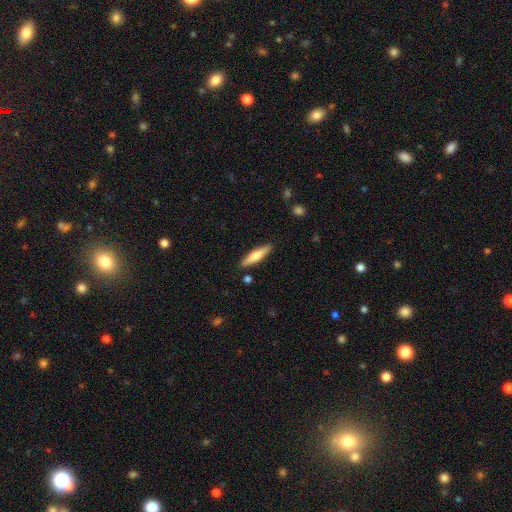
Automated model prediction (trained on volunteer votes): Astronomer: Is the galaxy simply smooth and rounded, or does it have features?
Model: smooth — 59% (runner-up: featured or disk, 36%).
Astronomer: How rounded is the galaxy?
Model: cigar-shaped — 78%.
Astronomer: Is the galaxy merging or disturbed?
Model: none — 88%.